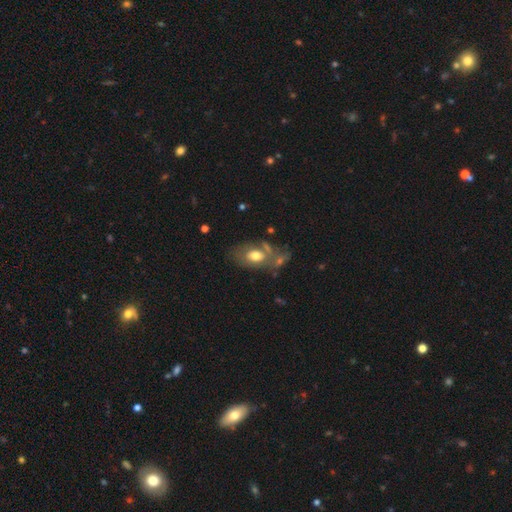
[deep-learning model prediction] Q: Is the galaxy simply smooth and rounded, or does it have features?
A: smooth — 62%.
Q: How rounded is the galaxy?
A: in between — 83%.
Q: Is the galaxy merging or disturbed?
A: none — 42%.